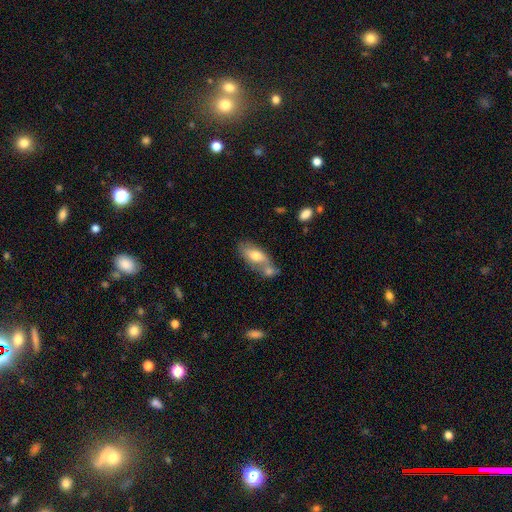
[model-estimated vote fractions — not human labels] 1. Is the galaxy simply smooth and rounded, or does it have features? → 65% smooth, 28% featured or disk, 7% star or artifact.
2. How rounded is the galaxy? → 82% in between, 14% cigar-shaped, 4% round.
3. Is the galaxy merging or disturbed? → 43% merger, 38% none, 14% minor disturbance, 5% major disturbance.